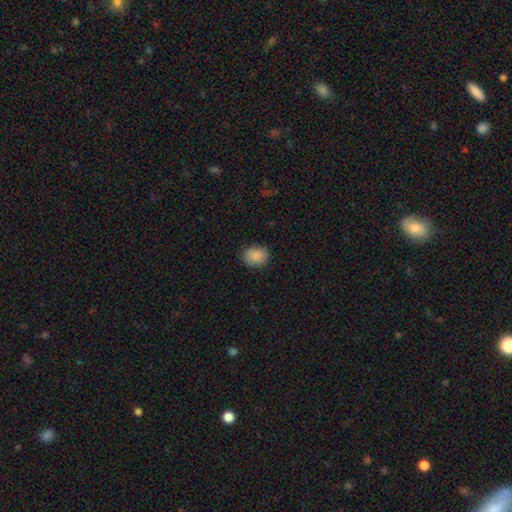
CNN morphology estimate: This is clearly a smooth galaxy (89%). How rounded: possibly in between (50%). Merging: clearly none (87%).